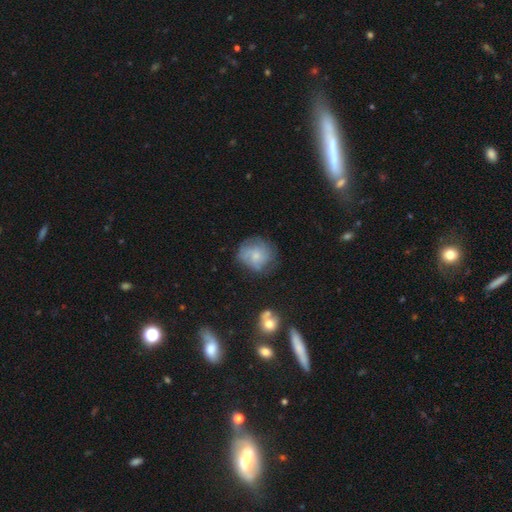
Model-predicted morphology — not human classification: Q: Smooth or featured?
A: smooth (51%); runner-up: featured or disk (40%)
Q: How rounded?
A: round (77%); runner-up: in between (21%)
Q: Merging?
A: none (60%); runner-up: minor disturbance (26%)